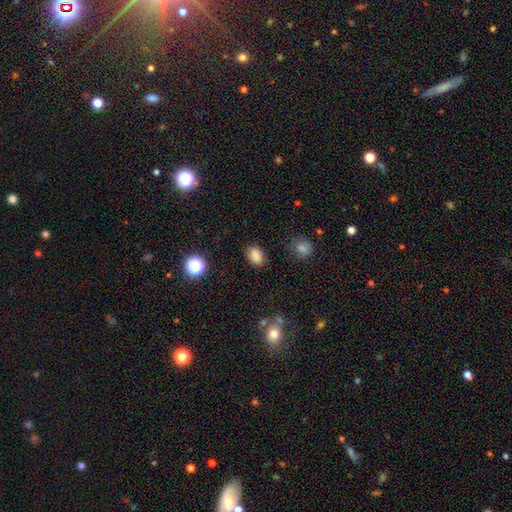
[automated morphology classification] type=smooth (84%); roundness=in between (81%); merging=none (84%).